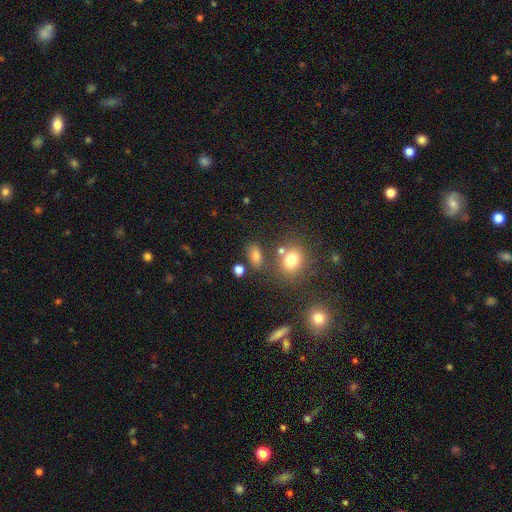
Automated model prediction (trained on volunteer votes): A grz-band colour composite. It shows a smooth galaxy with no disk features (76%) that is in between round and cigar-shaped (81%). Merging: none (71%).